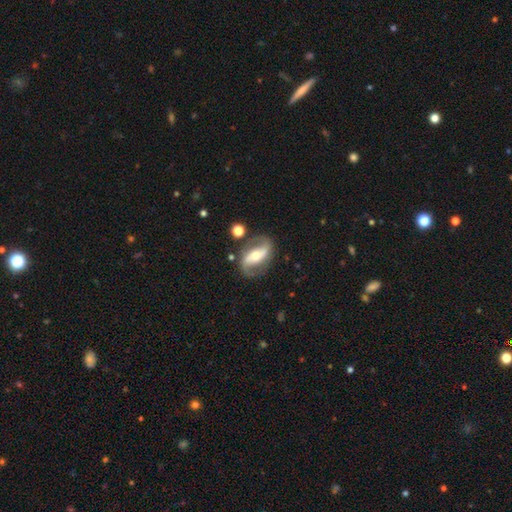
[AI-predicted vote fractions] The model was most divided on "spiral winding": loose: 47%, medium: 39%, tight: 15%. More confident: edge-on disk — no (95%); spiral arms — yes (92%); spiral arm count — 2 (92%); smooth or featured — featured or disk (84%); merging — none (79%); bulge size — moderate (62%); bar — strong (51%).